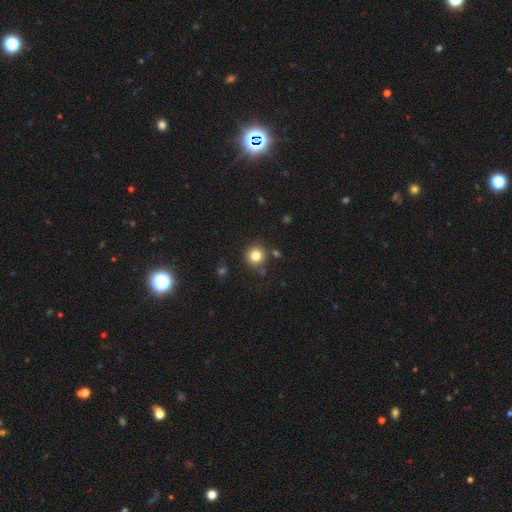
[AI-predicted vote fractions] Overall: smooth (81%). How rounded: round (92%). Merging: none (81%).